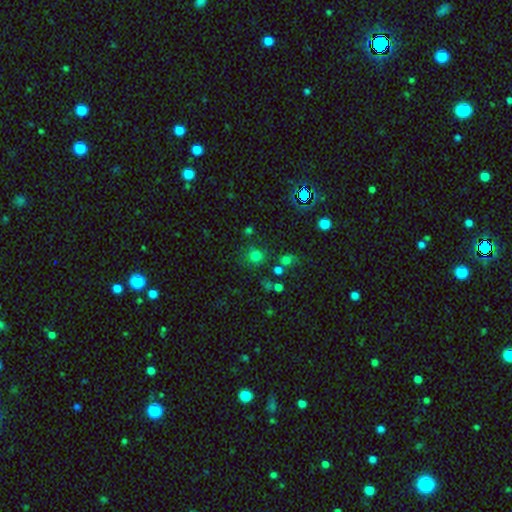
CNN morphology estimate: smooth 73%, star or artifact 20%, featured or disk 7%. Down the decision tree: how rounded — round (87%); merging — none (73%).